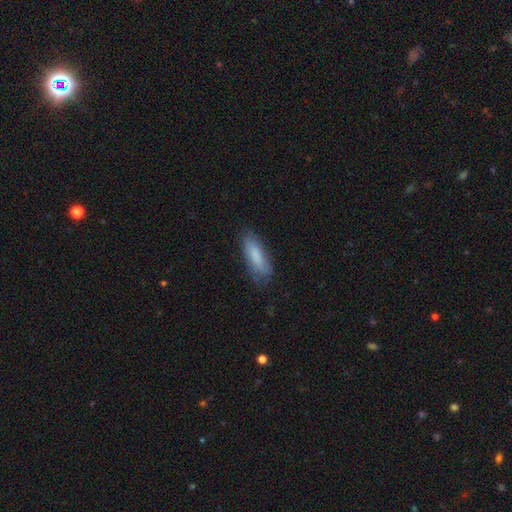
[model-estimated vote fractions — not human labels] A smooth galaxy with no disk features (80%) that is in between round and cigar-shaped (55%). Merging: none (73%).